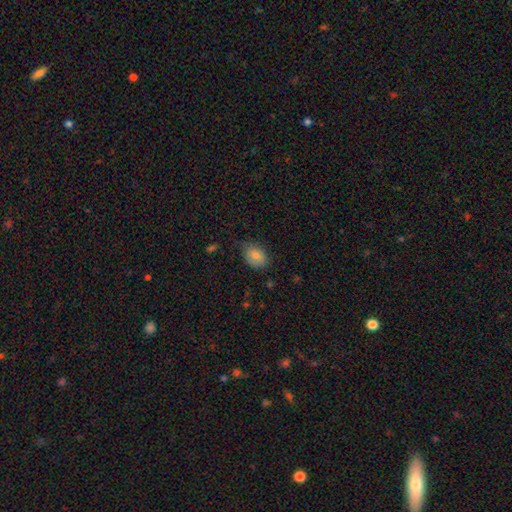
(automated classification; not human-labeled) Smooth or featured? Predicted: smooth (p=0.80). How rounded? Predicted: in between (p=0.73). Merging? Predicted: none (p=0.59).